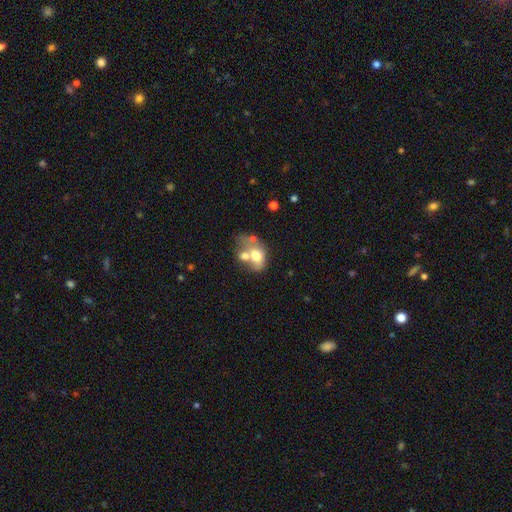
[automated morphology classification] This appears to be a smooth galaxy with no disk features (57%) that is in between round and cigar-shaped (67%). Merging: merger (60%).